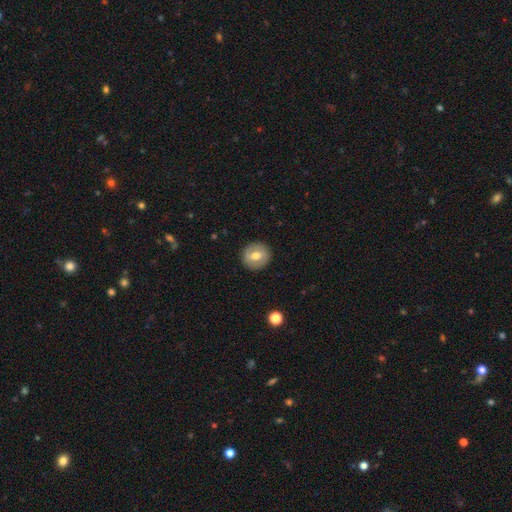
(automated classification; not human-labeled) smooth-or-featured: smooth: 57% | featured or disk: 35% | star or artifact: 8%
  how-rounded: round: 90% | in between: 9% | cigar-shaped: 1%
  merging: none: 90% | minor disturbance: 7% | major disturbance: 2% | merger: 1%